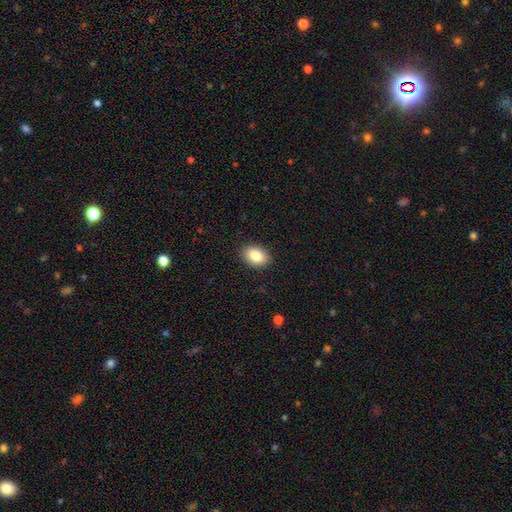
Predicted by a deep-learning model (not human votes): A smooth galaxy with no disk features (84%) that is in between round and cigar-shaped (78%). Merging: none (90%).